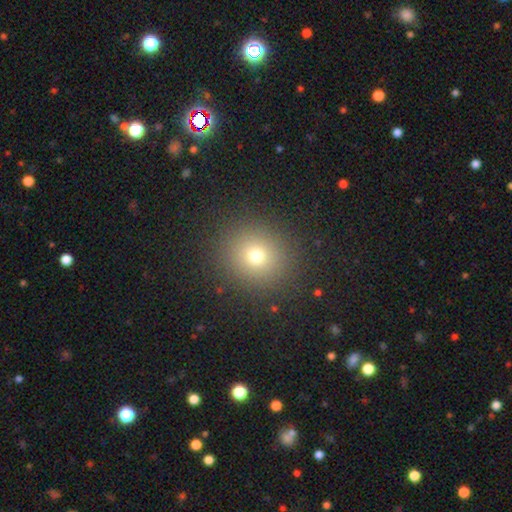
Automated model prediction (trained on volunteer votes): smooth_or_featured: smooth (p=0.72) [alt: star or artifact p=0.18]
how_rounded: round (p=0.89) [alt: in between p=0.10]
merging: none (p=0.89) [alt: minor disturbance p=0.07]